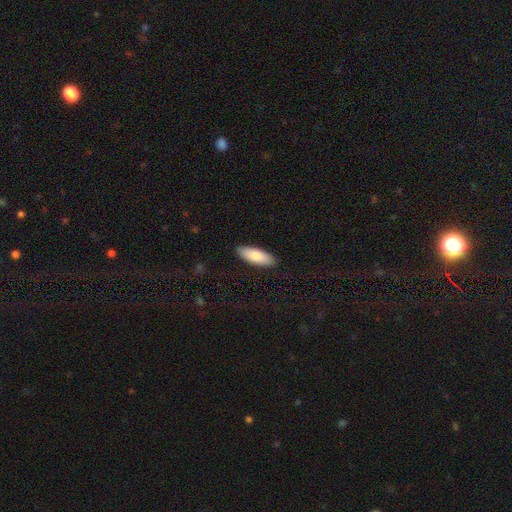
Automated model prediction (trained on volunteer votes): smooth_or_featured: smooth (p=0.85) [alt: featured or disk p=0.10]
how_rounded: in between (p=0.69) [alt: cigar-shaped p=0.30]
merging: none (p=0.89) [alt: minor disturbance p=0.08]